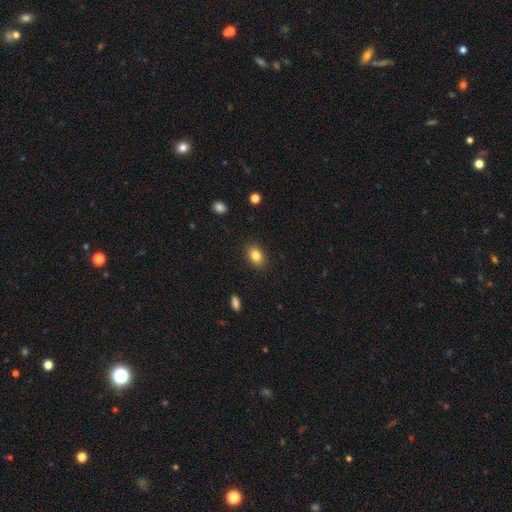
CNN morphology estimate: The model was most divided on "how rounded": in between: 79%, round: 20%, cigar-shaped: 1%. More confident: merging — none (88%); smooth or featured — smooth (83%).